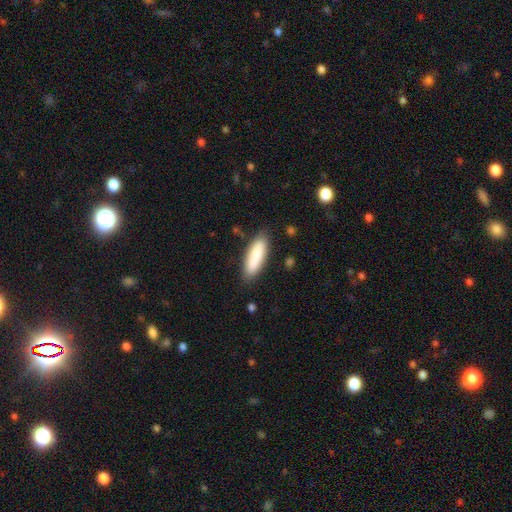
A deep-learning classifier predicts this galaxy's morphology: This is clearly a smooth galaxy (84%). How rounded: possibly in between (54%). Merging: clearly none (82%).